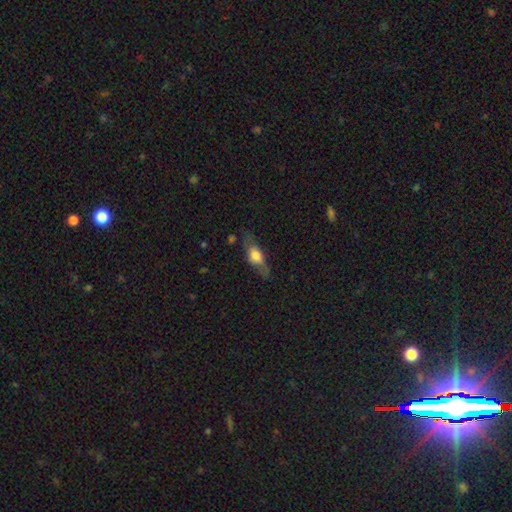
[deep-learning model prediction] Smooth or featured?
  - smooth: 53% *
  - featured or disk: 40%
  - star or artifact: 7%
How rounded?
  - in between: 63% *
  - cigar-shaped: 31%
  - round: 7%
Merging?
  - none: 65% *
  - minor disturbance: 22%
  - major disturbance: 11%
  - merger: 2%